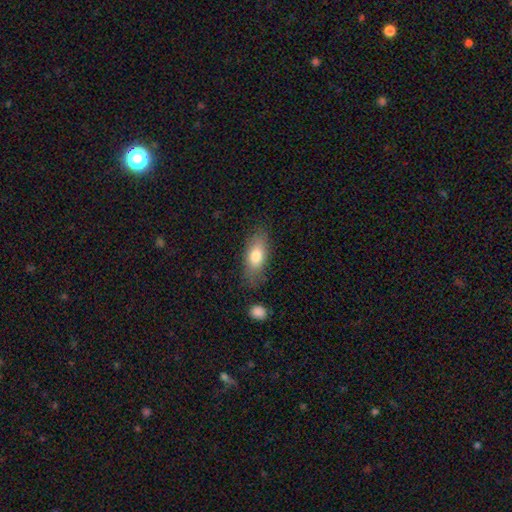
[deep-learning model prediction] Overall: smooth (76%). How rounded: in between (81%). Merging: none (77%).